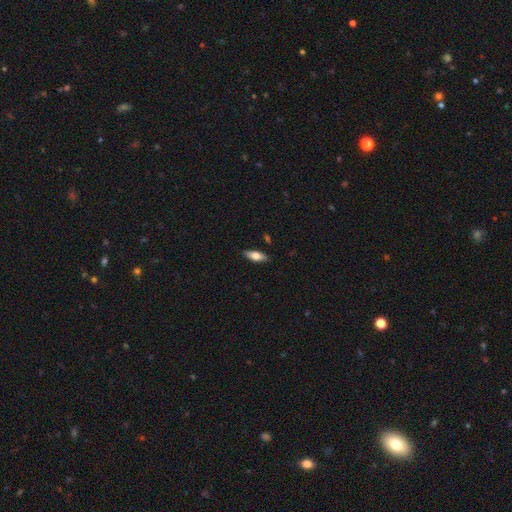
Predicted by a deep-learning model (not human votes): smooth_or_featured: smooth (p=0.69) [alt: featured or disk p=0.24]
how_rounded: in between (p=0.73) [alt: cigar-shaped p=0.24]
merging: none (p=0.87) [alt: minor disturbance p=0.10]